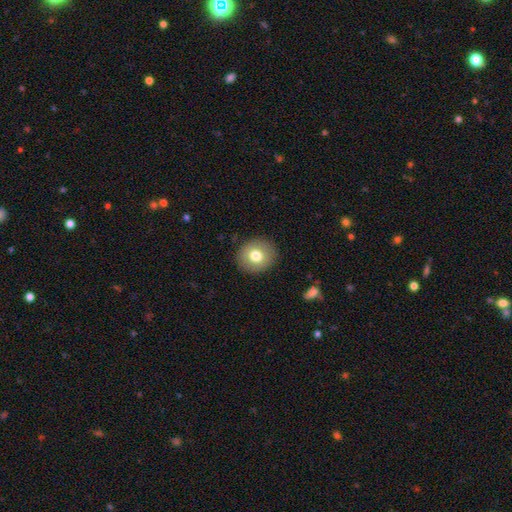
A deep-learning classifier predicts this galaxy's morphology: smooth 75%, featured or disk 17%, star or artifact 9%. Down the decision tree: how rounded — round (84%); merging — none (90%).